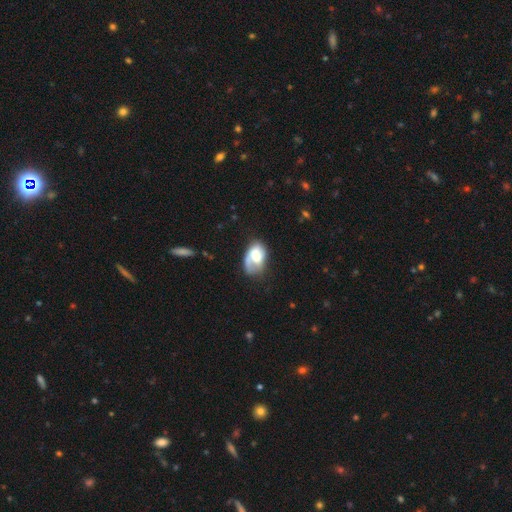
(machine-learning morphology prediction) type=smooth (46%, tied with featured or disk); merging=none (38%).